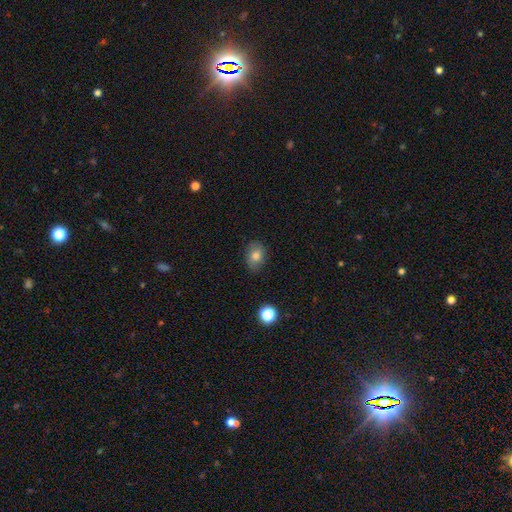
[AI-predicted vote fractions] smooth_or_featured: smooth (p=0.80) [alt: star or artifact p=0.10]
how_rounded: in between (p=0.68) [alt: round p=0.30]
merging: none (p=0.80) [alt: minor disturbance p=0.16]